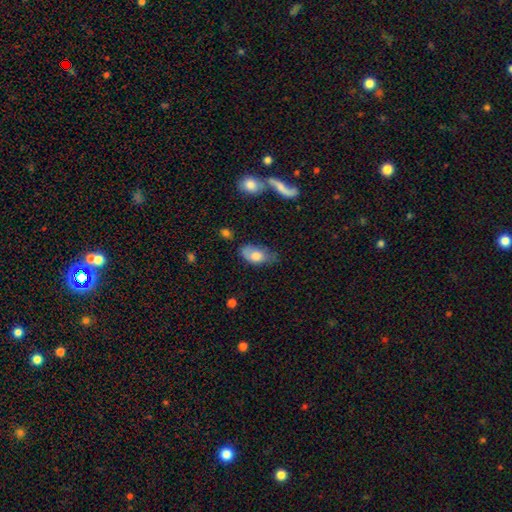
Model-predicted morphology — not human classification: Smooth or featured: smooth — 72% (featured or disk — 21%)
How rounded: in between — 90% (round — 7%)
Merging: none — 44% (minor disturbance — 36%)